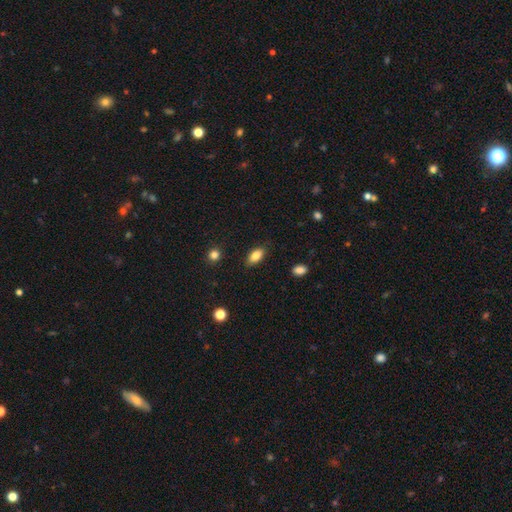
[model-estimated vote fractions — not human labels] This appears to be a smooth galaxy with no disk features (85%) that is in between round and cigar-shaped (89%). Merging: none (84%).